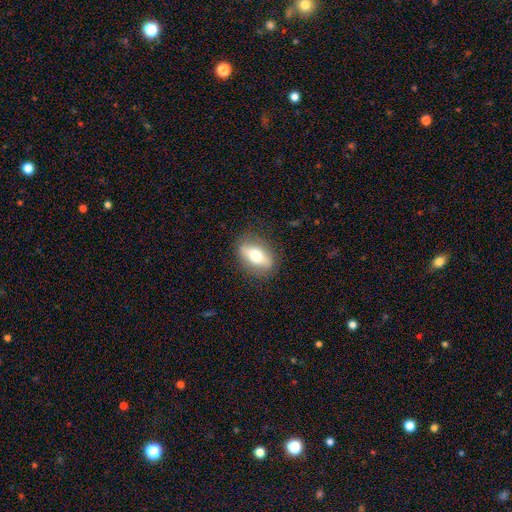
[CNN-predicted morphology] This appears to be a smooth galaxy with no disk features (54%) that is in between round and cigar-shaped (75%). Merging: none (82%).